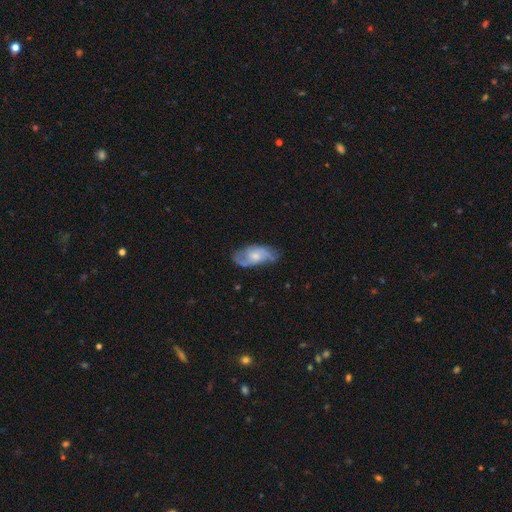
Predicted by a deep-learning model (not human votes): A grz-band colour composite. It shows a featured or disk galaxy (66%) with no bar (63%), 2 (67%) medium (45%) spiral arms (89%) and a small central bulge (45%). Merging: none (64%).